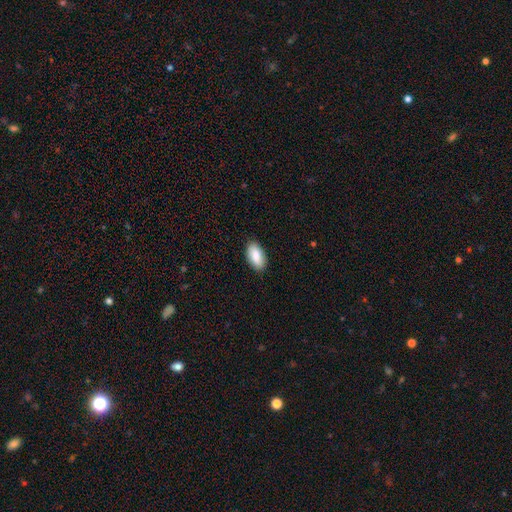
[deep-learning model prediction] Q: Smooth or featured?
A: smooth (86%); runner-up: featured or disk (8%)
Q: How rounded?
A: in between (93%); runner-up: cigar-shaped (4%)
Q: Merging?
A: none (88%); runner-up: minor disturbance (9%)